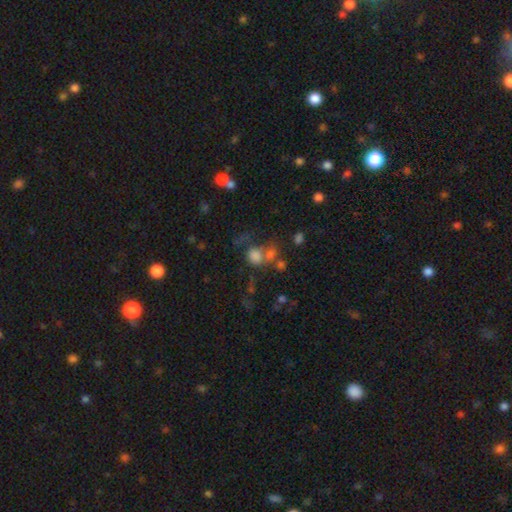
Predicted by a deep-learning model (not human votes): The model was most divided on "merging": merger: 38%, none: 33%, major disturbance: 16%, minor disturbance: 13%. More confident: how rounded — round (70%); smooth or featured — smooth (68%).